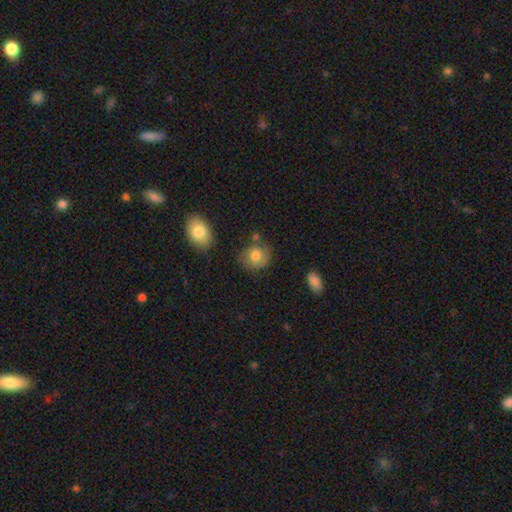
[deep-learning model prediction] smooth_or_featured: smooth (p=0.74) [alt: featured or disk p=0.18]
how_rounded: round (p=0.70) [alt: in between p=0.29]
merging: none (p=0.65) [alt: minor disturbance p=0.22]